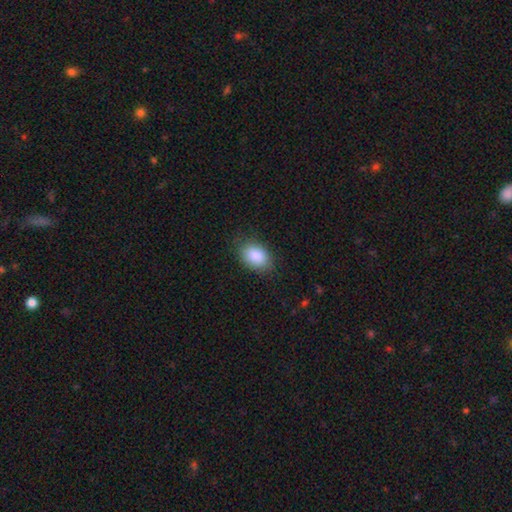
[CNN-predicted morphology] Q: Smooth or featured?
A: smooth (89%); runner-up: star or artifact (7%)
Q: How rounded?
A: in between (89%); runner-up: round (10%)
Q: Merging?
A: none (82%); runner-up: minor disturbance (14%)